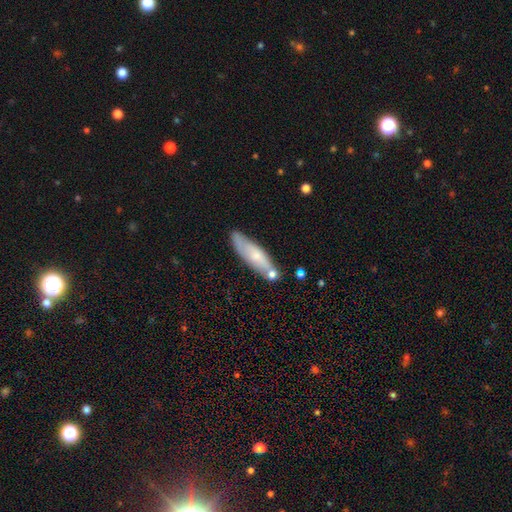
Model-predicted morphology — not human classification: Smooth or featured? Predicted: smooth (p=0.62). How rounded? Predicted: cigar-shaped (p=0.65). Merging? Predicted: none (p=0.65).